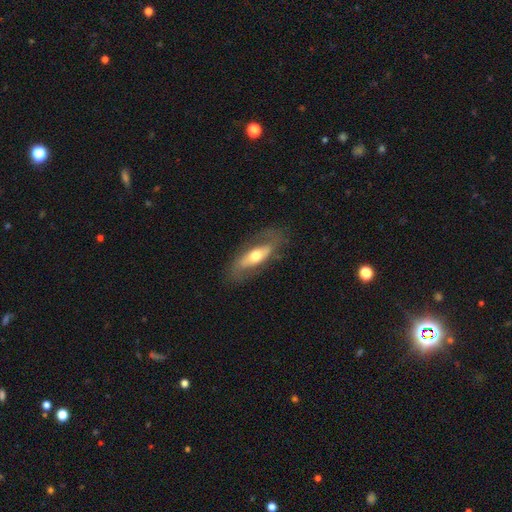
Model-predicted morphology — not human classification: A featured or disk galaxy (58%).

Vote fractions:
- Smooth or featured? featured or disk: 58% / smooth: 36% / star or artifact: 6%
- Edge-on disk? no: 73% / yes: 27%
- Merging? none: 73% / minor disturbance: 17% / major disturbance: 9% / merger: 1%